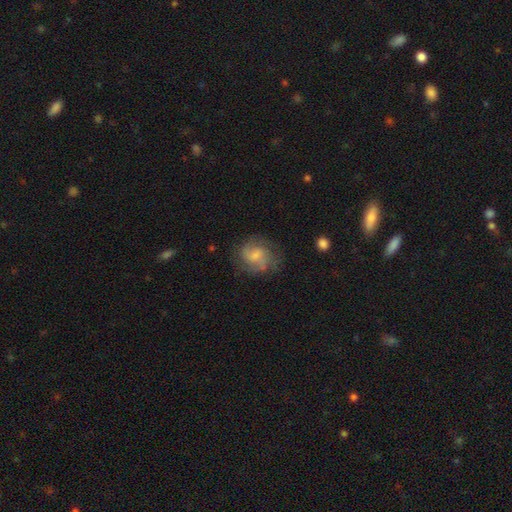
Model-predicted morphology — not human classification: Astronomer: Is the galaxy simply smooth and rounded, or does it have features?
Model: featured or disk — 55% (runner-up: smooth, 37%).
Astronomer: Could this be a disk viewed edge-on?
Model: no — 98%.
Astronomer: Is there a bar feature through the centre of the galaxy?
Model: no — 51% (runner-up: weak, 43%).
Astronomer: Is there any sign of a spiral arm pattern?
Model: yes — 83%.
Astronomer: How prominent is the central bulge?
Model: small — 40% (runner-up: moderate, 37%).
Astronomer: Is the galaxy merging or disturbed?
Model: none — 64%.